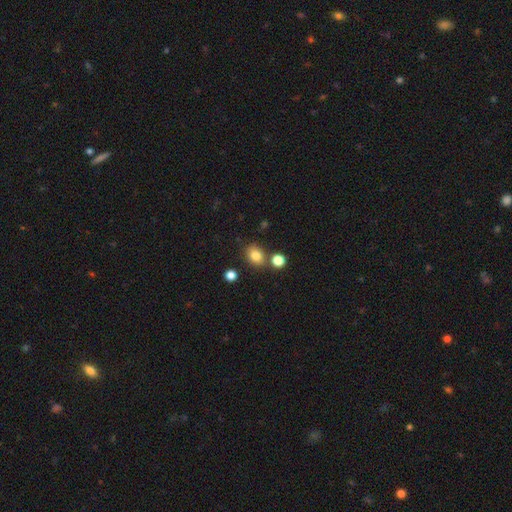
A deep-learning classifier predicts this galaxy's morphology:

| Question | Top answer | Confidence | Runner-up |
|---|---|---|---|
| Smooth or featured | smooth | 81% | star or artifact (12%) |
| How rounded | round | 51% | in between (48%) |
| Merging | none | 74% | minor disturbance (11%) |